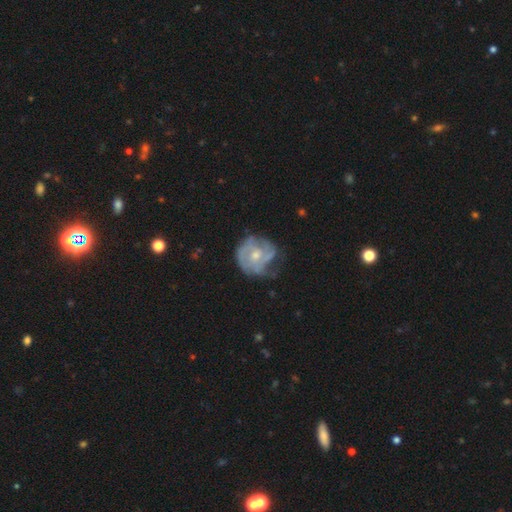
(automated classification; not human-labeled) This appears to be a featured or disk galaxy (65%) with no bar (75%), spiral arms (64%) and a moderate central bulge (55%). Merging: none (49%).